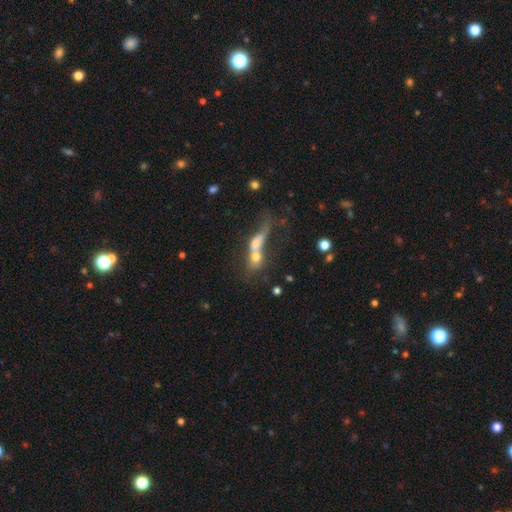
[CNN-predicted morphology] Smooth or featured? smooth (45%)
Merging? merger (64%)